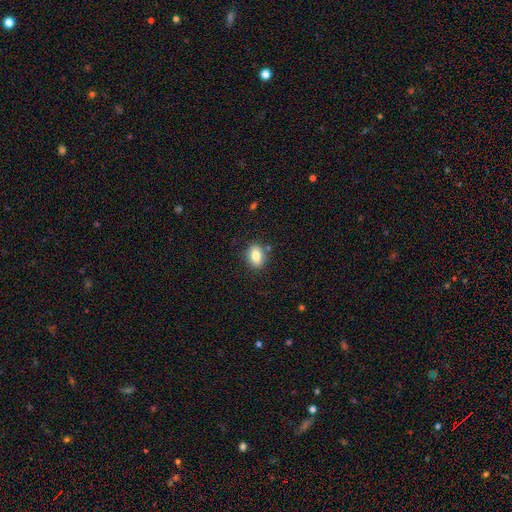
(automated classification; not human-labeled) This is likely a smooth galaxy (79%). How rounded: likely in between (71%). Merging: clearly none (85%).